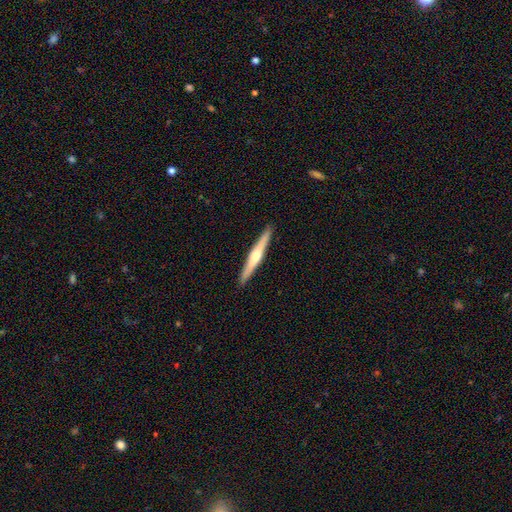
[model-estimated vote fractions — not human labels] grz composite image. It shows a featured or disk galaxy (62%) viewed edge-on (98%) with a rounded central bulge (86%). Merging: none (92%).